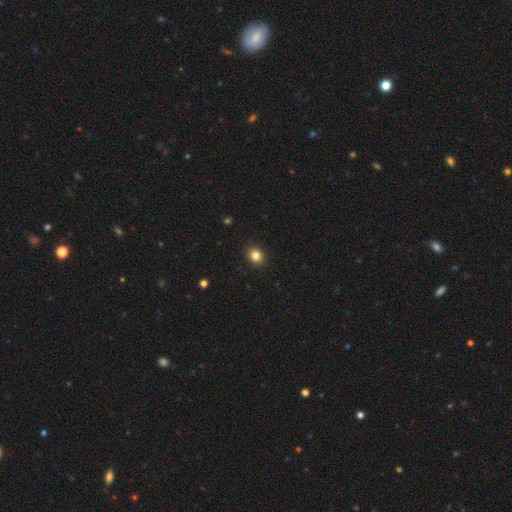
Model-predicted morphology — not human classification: Smooth or featured? smooth (83%)
How rounded? round (62%)
Merging? none (91%)